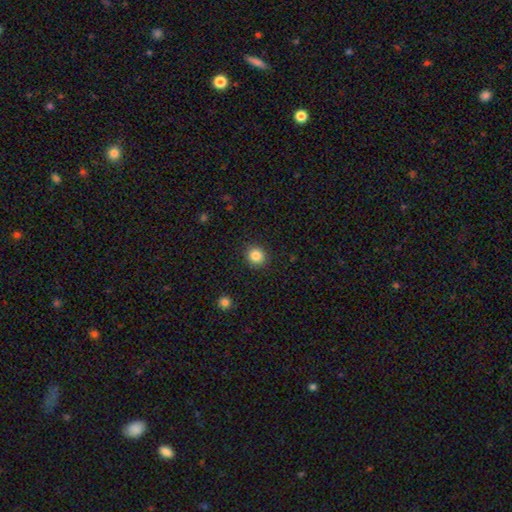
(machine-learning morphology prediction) Smooth or featured? Predicted: smooth (p=0.85). How rounded? Predicted: round (p=0.90). Merging? Predicted: none (p=0.91).